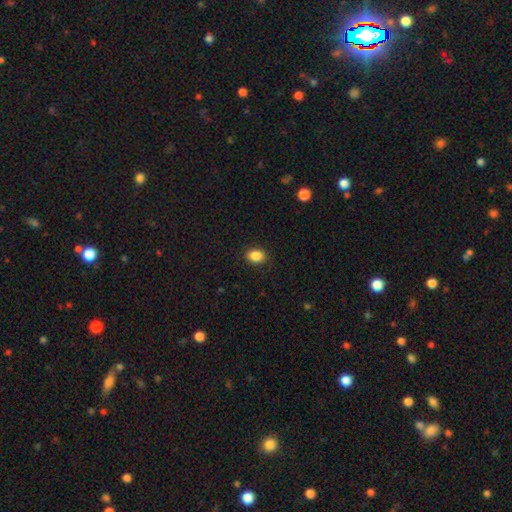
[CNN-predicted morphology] A smooth galaxy with no disk features (88%) that is in between round and cigar-shaped (68%). Merging: none (90%).